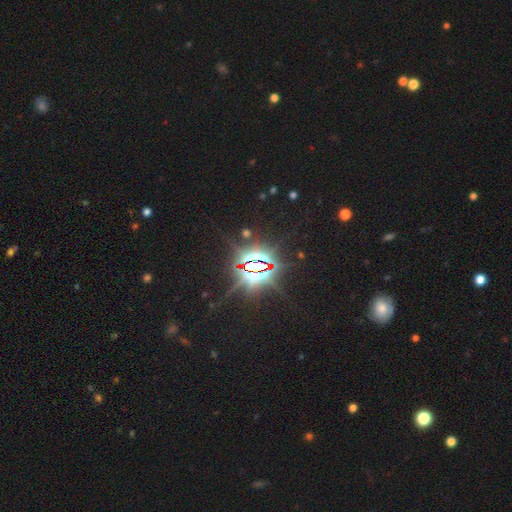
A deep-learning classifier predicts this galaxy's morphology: Smooth or featured? star or artifact (85%)